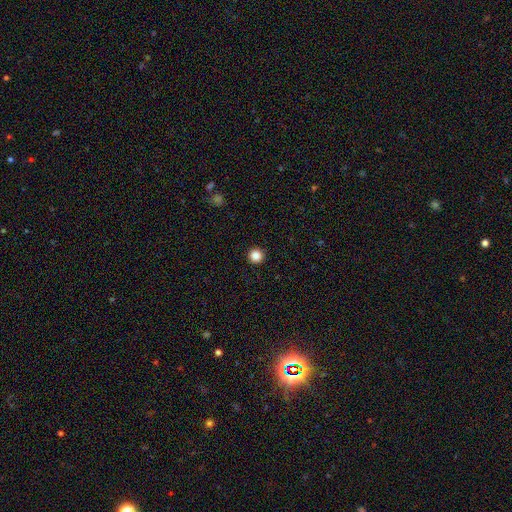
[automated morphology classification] This appears to be a smooth galaxy with no disk features (86%) that is round (97%). Merging: none (94%).